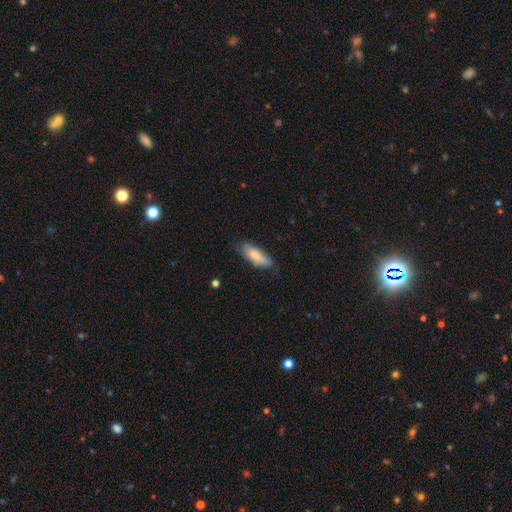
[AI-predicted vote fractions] Smooth or featured? smooth (78%)
How rounded? in between (67%)
Merging? none (66%)